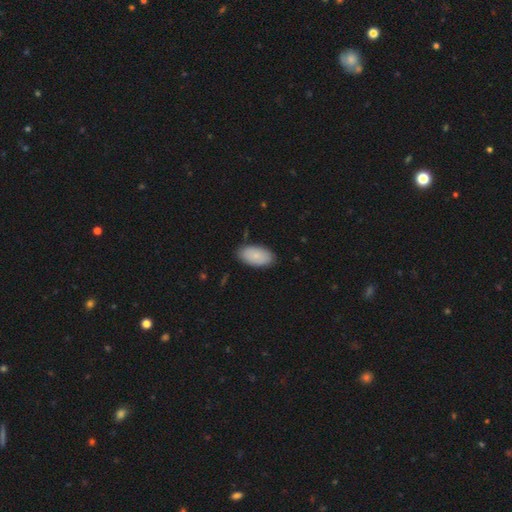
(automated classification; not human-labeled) smooth-or-featured: smooth: 84% | featured or disk: 10% | star or artifact: 6%
  how-rounded: in between: 95% | round: 3% | cigar-shaped: 2%
  merging: none: 85% | minor disturbance: 12% | major disturbance: 2% | merger: 1%